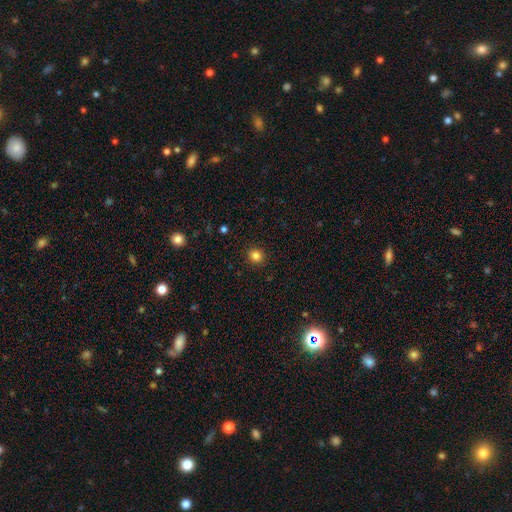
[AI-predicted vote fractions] A smooth galaxy with no disk features (83%) that is round (87%). Merging: none (92%).